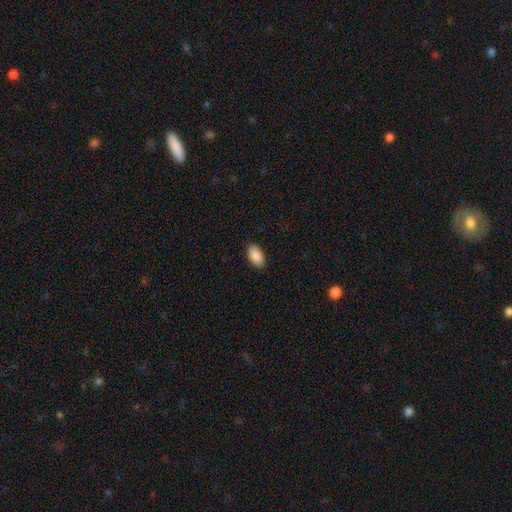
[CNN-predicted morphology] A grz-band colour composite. It shows a smooth galaxy with no disk features (90%) that is in between round and cigar-shaped (95%). Merging: none (89%).